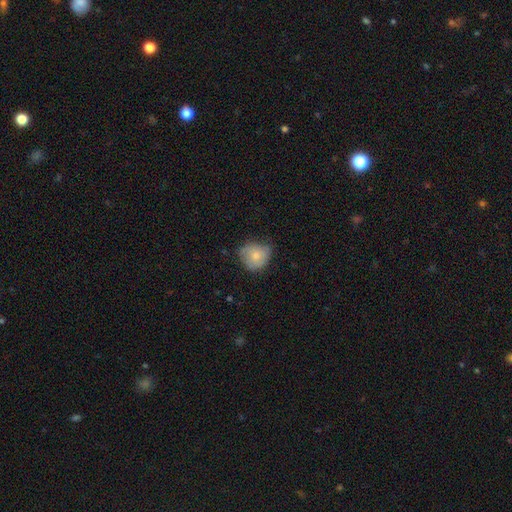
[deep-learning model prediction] Smooth or featured: smooth — 73% (featured or disk — 19%)
How rounded: round — 77% (in between — 22%)
Merging: none — 53% (minor disturbance — 37%)